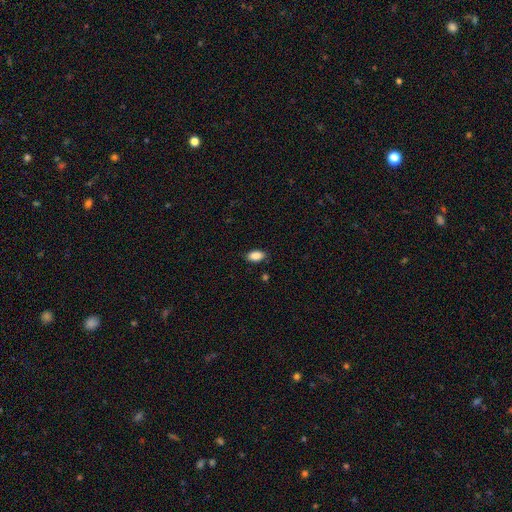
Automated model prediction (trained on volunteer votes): A smooth galaxy with no disk features (88%) that is in between round and cigar-shaped (92%).

Vote fractions:
- Smooth or featured? smooth: 88% / star or artifact: 8% / featured or disk: 4%
- How rounded? in between: 92% / round: 6% / cigar-shaped: 3%
- Merging? none: 86% / minor disturbance: 10% / major disturbance: 2% / merger: 1%